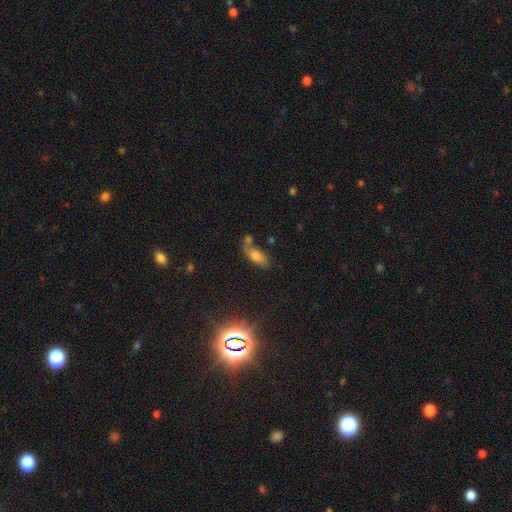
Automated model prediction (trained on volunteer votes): Q: Smooth or featured?
A: smooth (64%); runner-up: star or artifact (19%)
Q: How rounded?
A: in between (81%); runner-up: cigar-shaped (14%)
Q: Merging?
A: none (53%); runner-up: merger (22%)